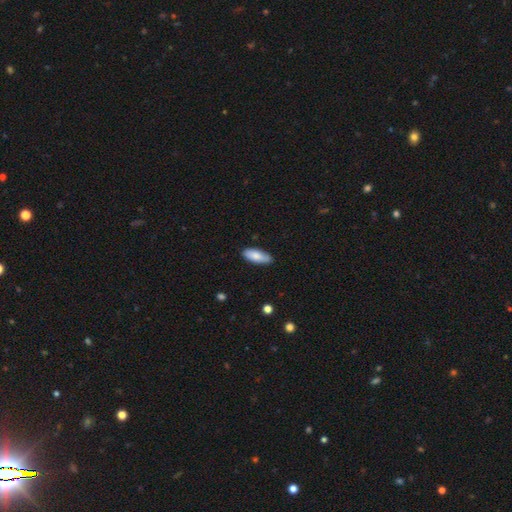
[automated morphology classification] type=smooth (82%); roundness=in between (78%); merging=none (83%).